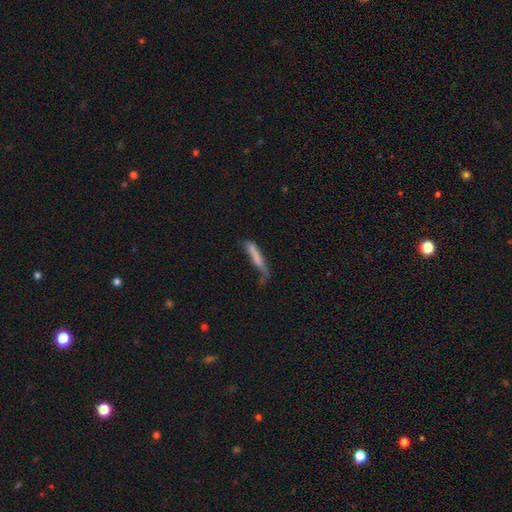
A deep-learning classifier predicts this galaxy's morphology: This is likely a smooth galaxy (69%). How rounded: clearly cigar-shaped (91%). Merging: marginally none (43%).